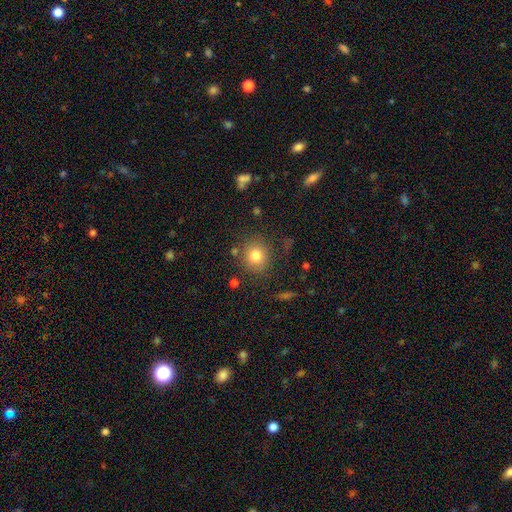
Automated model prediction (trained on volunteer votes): smooth-or-featured: smooth: 80% | star or artifact: 11% | featured or disk: 9%
  how-rounded: round: 86% | in between: 13% | cigar-shaped: 1%
  merging: none: 81% | minor disturbance: 11% | major disturbance: 4% | merger: 4%